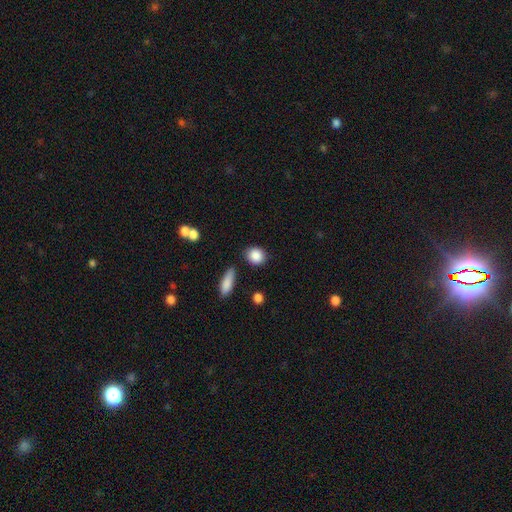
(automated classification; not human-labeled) Overall: smooth (88%). How rounded: round (59%; in between 39%). Merging: none (79%).